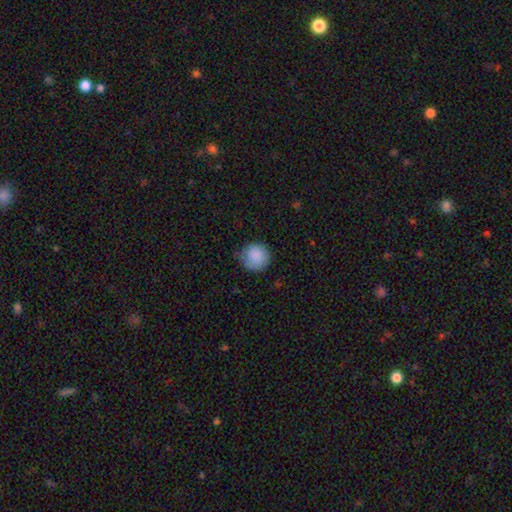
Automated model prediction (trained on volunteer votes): Overall: smooth (88%). How rounded: round (93%). Merging: none (77%).